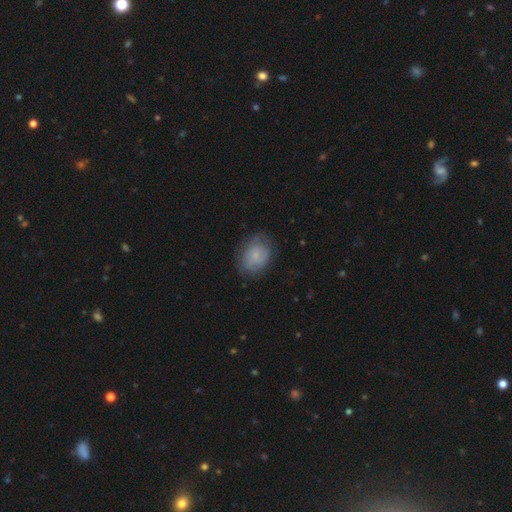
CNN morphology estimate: The model was most divided on "how rounded": in between: 57%, round: 42%, cigar-shaped: 1%. More confident: merging — none (69%); smooth or featured — smooth (60%).